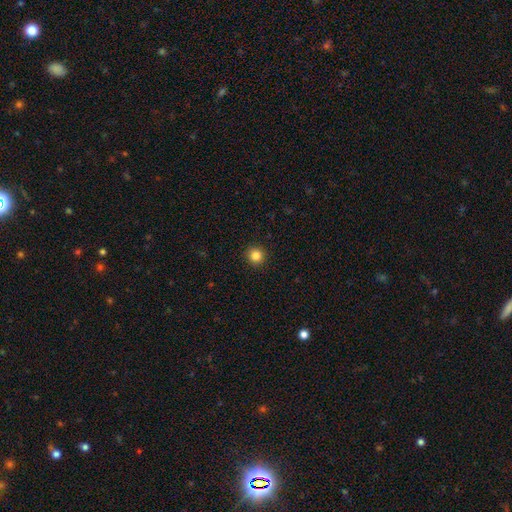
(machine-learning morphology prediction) Smooth or featured?
  - smooth: 84% *
  - star or artifact: 12%
  - featured or disk: 4%
How rounded?
  - round: 94% *
  - in between: 5%
  - cigar-shaped: 1%
Merging?
  - none: 93% *
  - minor disturbance: 5%
  - major disturbance: 2%
  - merger: 1%